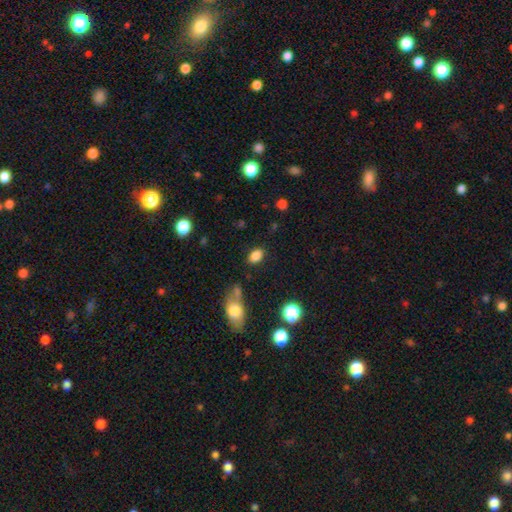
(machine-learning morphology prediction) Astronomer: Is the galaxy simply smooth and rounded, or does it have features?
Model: smooth — 84%.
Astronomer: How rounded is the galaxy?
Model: in between — 82%.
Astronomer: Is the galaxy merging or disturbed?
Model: none — 80%.